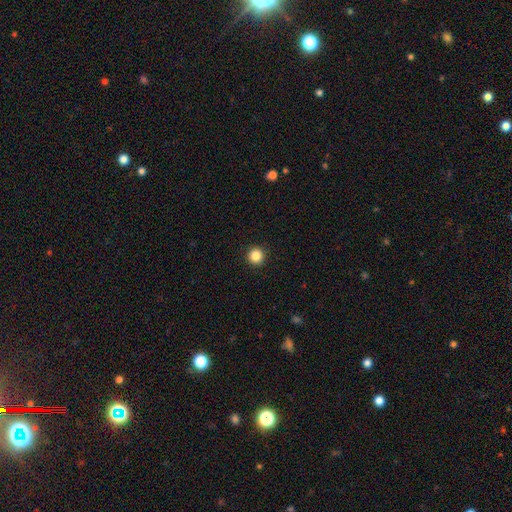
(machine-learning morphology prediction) Q: Smooth or featured?
A: smooth (86%); runner-up: star or artifact (11%)
Q: How rounded?
A: round (96%); runner-up: in between (3%)
Q: Merging?
A: none (94%); runner-up: minor disturbance (4%)